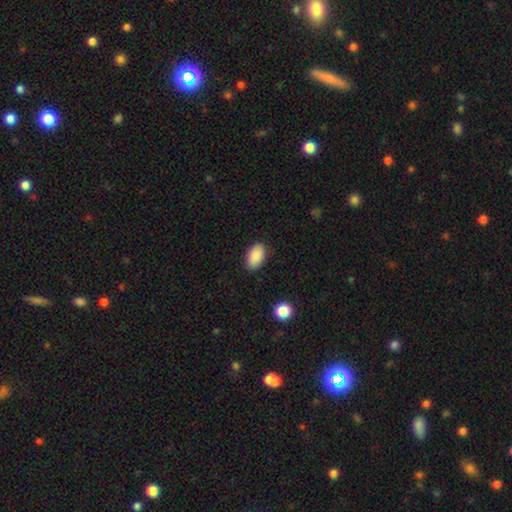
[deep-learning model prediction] Smooth or featured?
  - smooth: 89% *
  - star or artifact: 7%
  - featured or disk: 4%
How rounded?
  - in between: 93% *
  - round: 6%
  - cigar-shaped: 1%
Merging?
  - none: 88% *
  - minor disturbance: 9%
  - major disturbance: 2%
  - merger: 1%